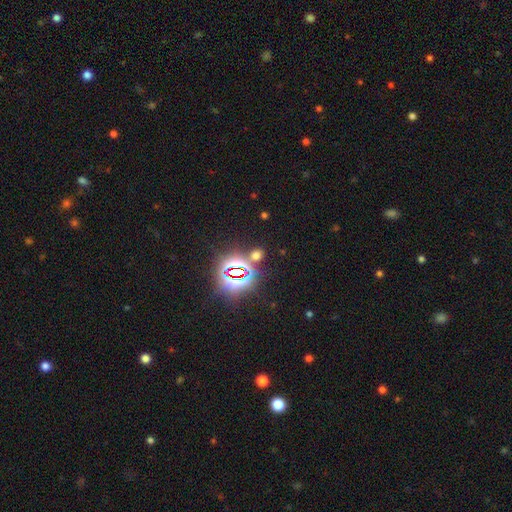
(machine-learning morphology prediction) This appears to be a star or artifact, not a galaxy (51%).